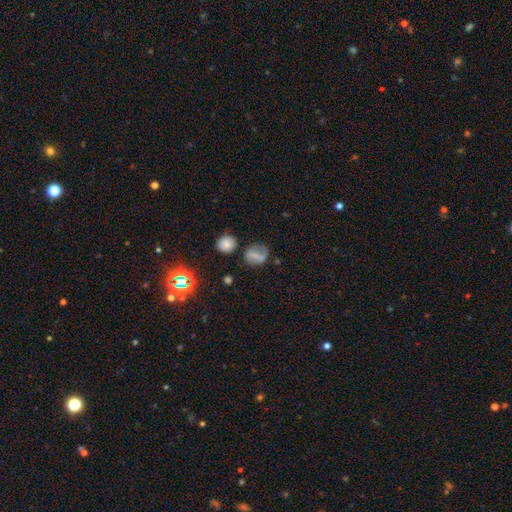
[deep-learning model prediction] Overall: smooth (60%; featured or disk 25%). How rounded: round (53%; in between 43%). Merging: none (66%).